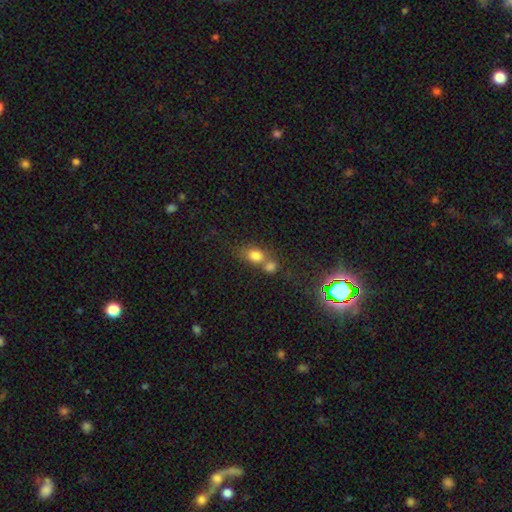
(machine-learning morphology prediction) smooth 77%, star or artifact 13%, featured or disk 10%. Down the decision tree: how rounded — in between (52%); merging — merger (52%).